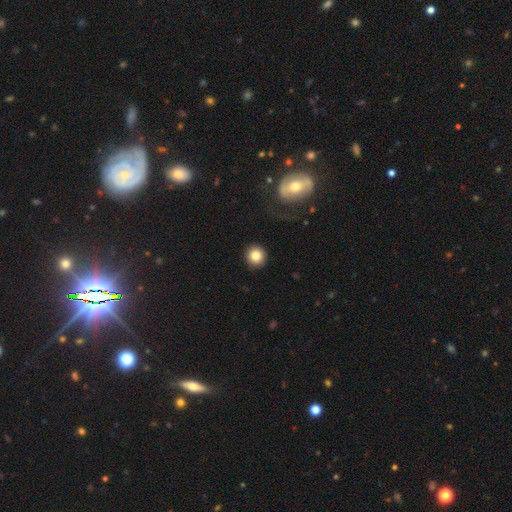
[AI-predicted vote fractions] This is clearly a smooth galaxy (83%). How rounded: clearly round (94%). Merging: clearly none (91%).